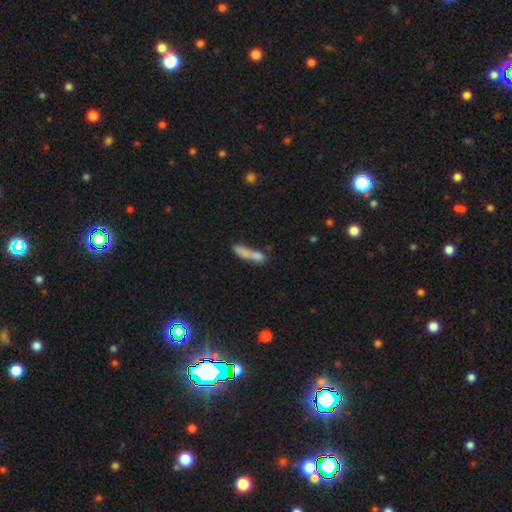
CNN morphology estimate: smooth-or-featured: smooth: 73% | featured or disk: 17% | star or artifact: 9%
  how-rounded: cigar-shaped: 66% | in between: 30% | round: 4%
  merging: merger: 43% | none: 33% | minor disturbance: 15% | major disturbance: 9%